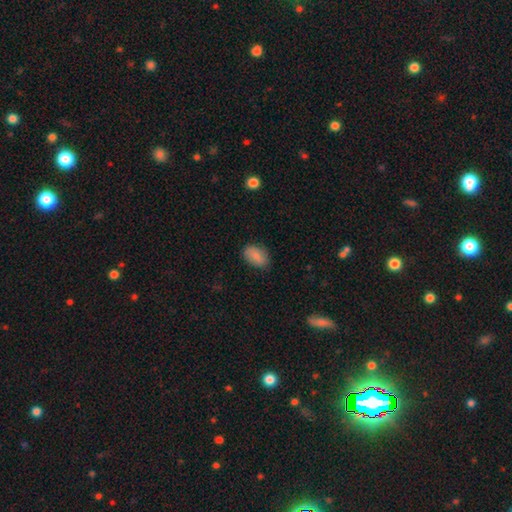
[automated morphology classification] type=smooth (85%); roundness=in between (87%); merging=none (79%).